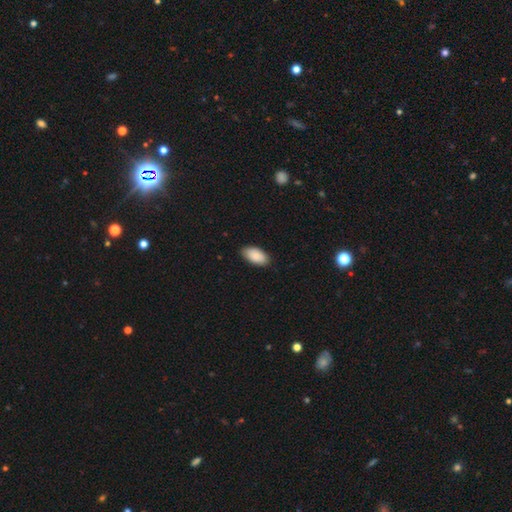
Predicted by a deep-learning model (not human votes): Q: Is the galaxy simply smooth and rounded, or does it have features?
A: smooth — 90%.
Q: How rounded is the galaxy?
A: in between — 95%.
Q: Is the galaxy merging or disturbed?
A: none — 84%.